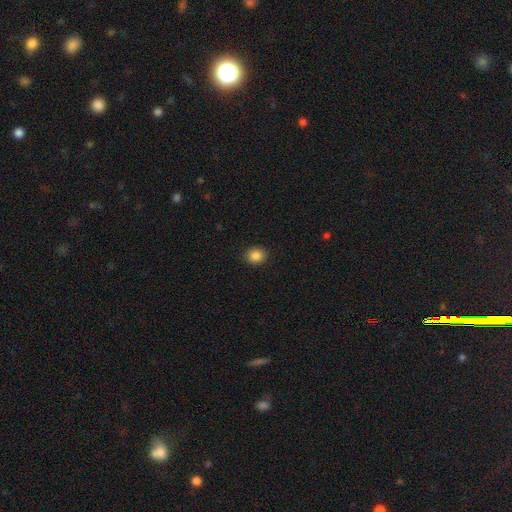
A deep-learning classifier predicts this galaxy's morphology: A smooth galaxy with no disk features (86%) that is round (66%).

Vote fractions:
- Smooth or featured? smooth: 86% / star or artifact: 10% / featured or disk: 4%
- How rounded? round: 66% / in between: 33% / cigar-shaped: 1%
- Merging? none: 91% / minor disturbance: 6% / major disturbance: 2% / merger: 1%